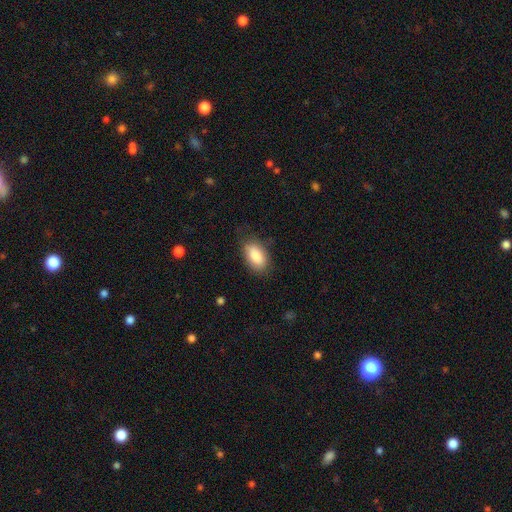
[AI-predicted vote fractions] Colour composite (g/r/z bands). It shows a smooth galaxy with no disk features (86%) that is in between round and cigar-shaped (92%). Merging: none (77%).